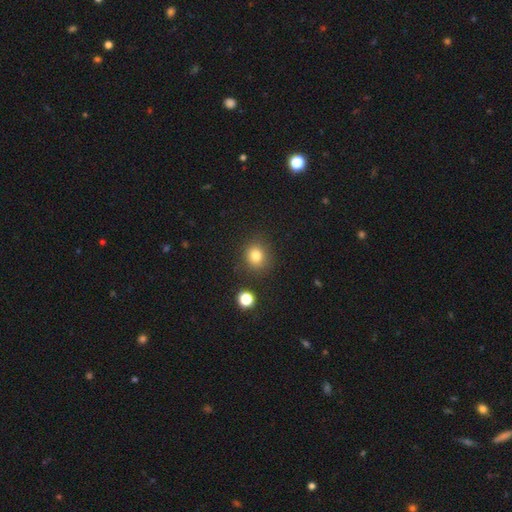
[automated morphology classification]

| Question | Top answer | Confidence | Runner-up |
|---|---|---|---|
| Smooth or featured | smooth | 80% | star or artifact (13%) |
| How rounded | round | 81% | in between (18%) |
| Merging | none | 84% | minor disturbance (10%) |